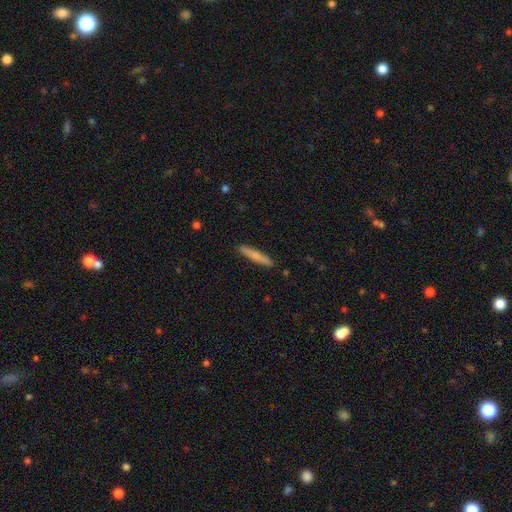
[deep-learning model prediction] smooth 74%, featured or disk 21%, star or artifact 5%. Down the decision tree: how rounded — cigar-shaped (94%); merging — none (91%).